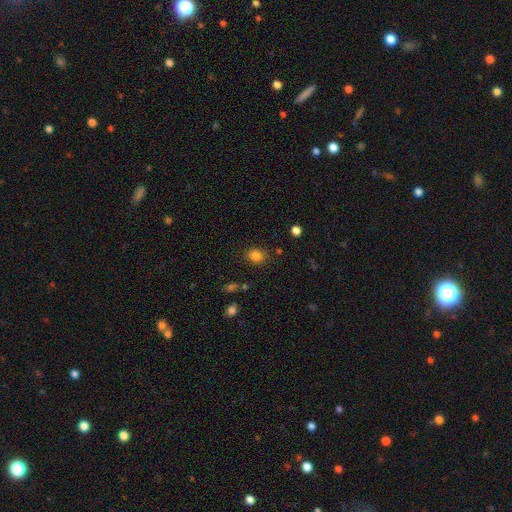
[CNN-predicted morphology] A smooth galaxy with no disk features (83%) that is round (68%). Merging: none (84%).